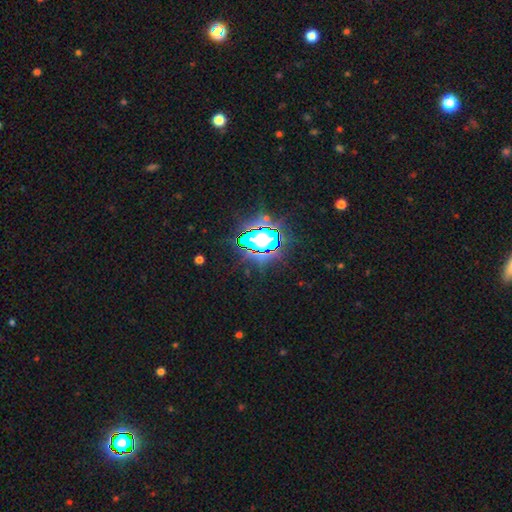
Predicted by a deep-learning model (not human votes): The model was most divided on "smooth or featured": star or artifact: 80%, smooth: 12%, featured or disk: 9%.